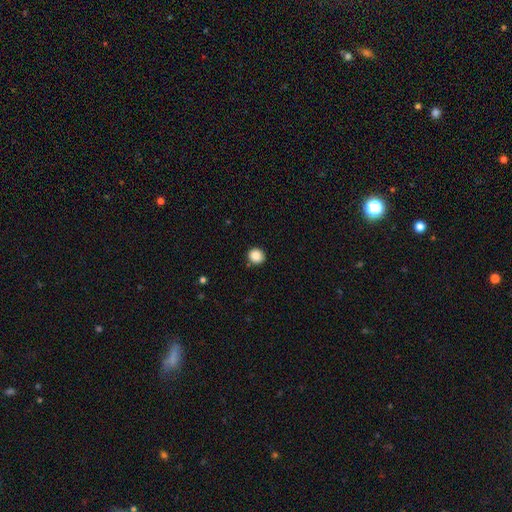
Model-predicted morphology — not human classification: smooth_or_featured: smooth (p=0.87) [alt: star or artifact p=0.10]
how_rounded: round (p=0.89) [alt: in between p=0.10]
merging: none (p=0.89) [alt: minor disturbance p=0.07]